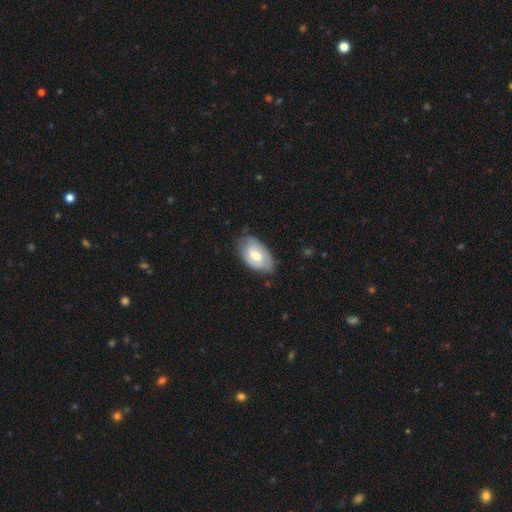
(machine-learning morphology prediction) This appears to be a smooth galaxy with no disk features (53%) that is in between round and cigar-shaped (93%). Merging: none (69%).